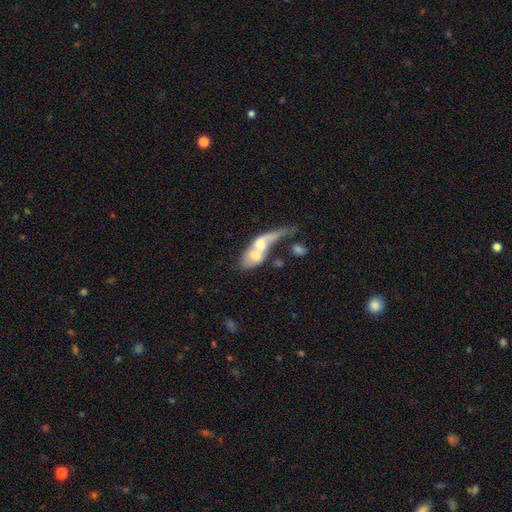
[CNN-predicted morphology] Smooth or featured? smooth (50%)
Merging? merger (72%)